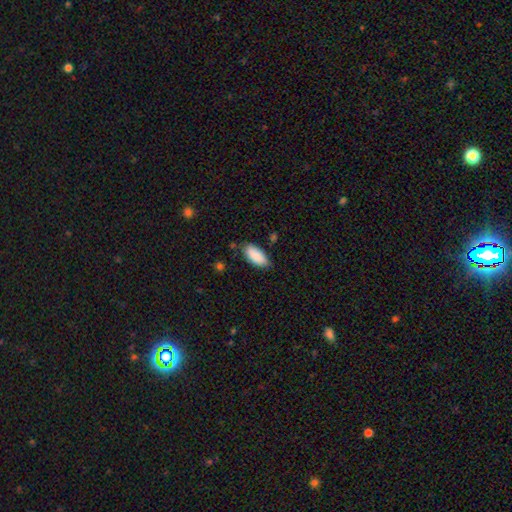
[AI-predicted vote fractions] Smooth or featured? Predicted: smooth (p=0.88). How rounded? Predicted: in between (p=0.89). Merging? Predicted: none (p=0.77).